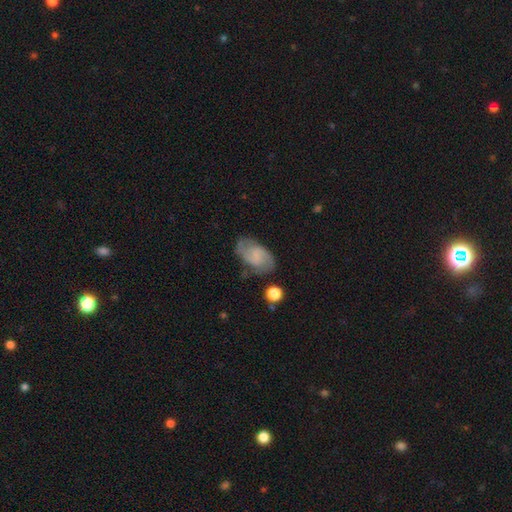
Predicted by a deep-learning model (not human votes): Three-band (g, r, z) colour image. It shows a featured or disk galaxy (62%) with a weak bar (45%), 2 (82%) medium (47%) spiral arms (89%) and no central bulge (57%). Merging: none (67%).